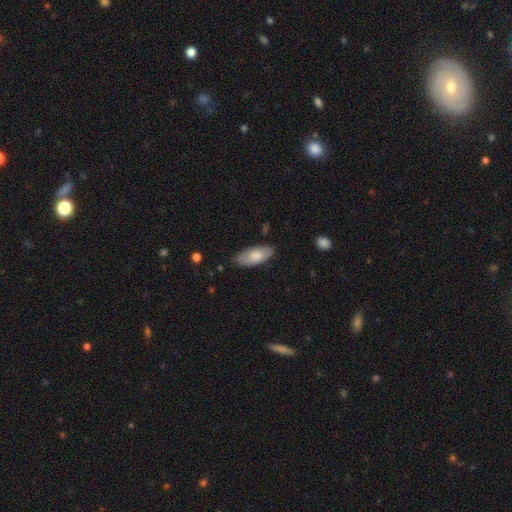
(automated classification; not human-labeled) smooth_or_featured: smooth (p=0.78) [alt: featured or disk p=0.16]
how_rounded: in between (p=0.87) [alt: cigar-shaped p=0.11]
merging: none (p=0.79) [alt: minor disturbance p=0.17]